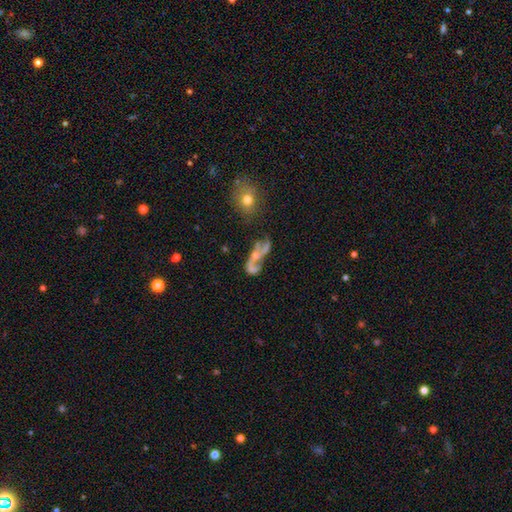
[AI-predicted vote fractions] Overall: featured or disk (64%). Edge-on disk: no (92%). Bar: no (68%). Spiral arms: yes (59%; no 41%). Bulge size: small (40%; none 30%). Merging: merger (31%; none 30%).